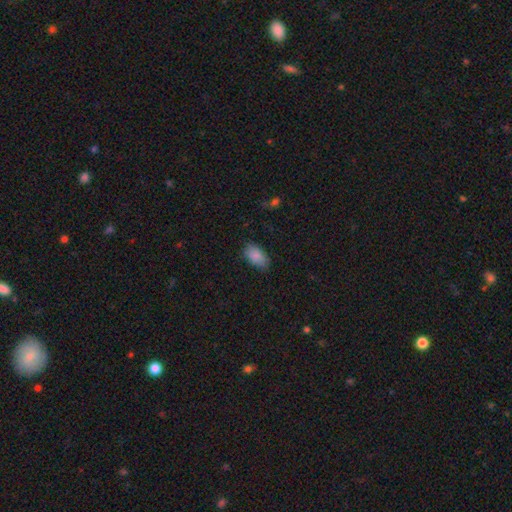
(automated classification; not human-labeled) Morphology: type=smooth (87%); roundness=in between (93%); merging=none (78%).